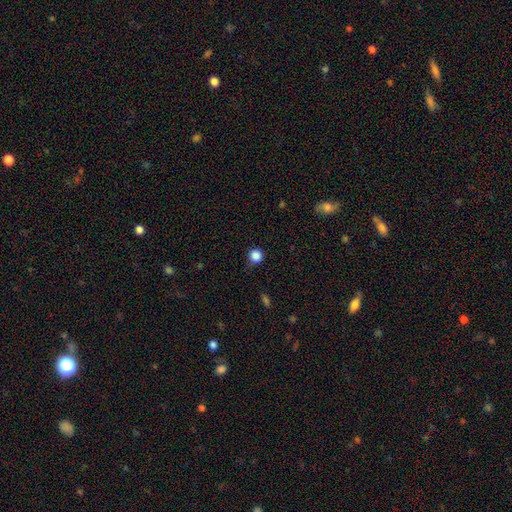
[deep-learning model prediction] This appears to be a smooth galaxy with no disk features (86%) that is round (94%). Merging: none (79%).